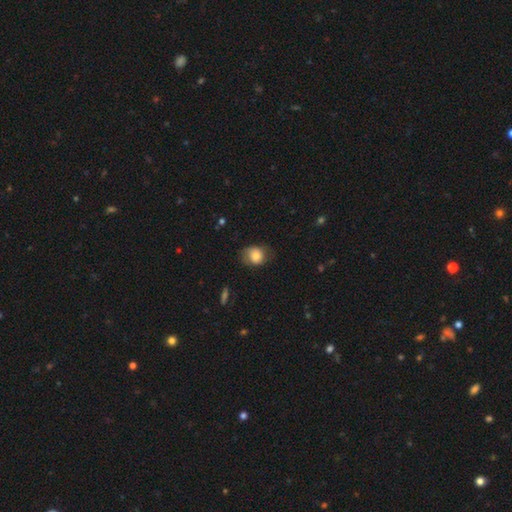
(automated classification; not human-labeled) Smooth or featured?
  - smooth: 77% *
  - featured or disk: 14%
  - star or artifact: 8%
How rounded?
  - round: 59% *
  - in between: 40%
  - cigar-shaped: 1%
Merging?
  - none: 57% *
  - minor disturbance: 31%
  - major disturbance: 11%
  - merger: 1%